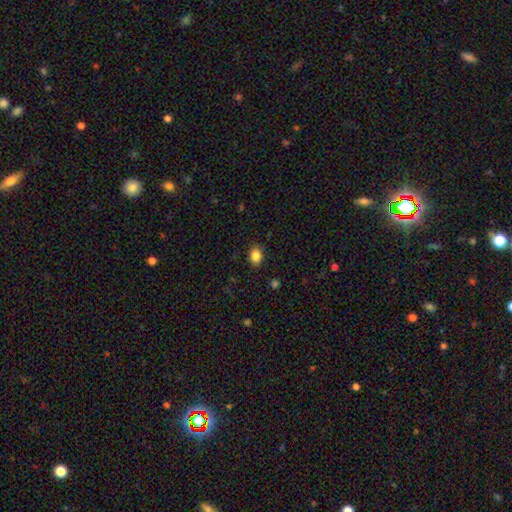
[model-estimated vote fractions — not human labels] Smooth or featured?
  - smooth: 86% *
  - star or artifact: 10%
  - featured or disk: 4%
How rounded?
  - in between: 71% *
  - round: 28%
  - cigar-shaped: 1%
Merging?
  - none: 87% *
  - minor disturbance: 10%
  - major disturbance: 2%
  - merger: 1%